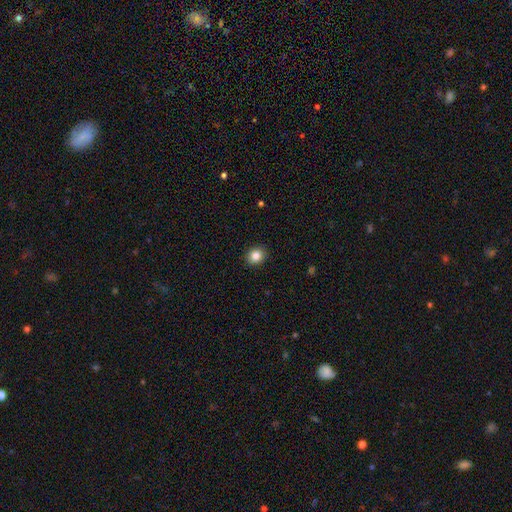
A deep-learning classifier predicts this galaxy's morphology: A smooth galaxy with no disk features (84%) that is round (74%). Merging: none (92%).